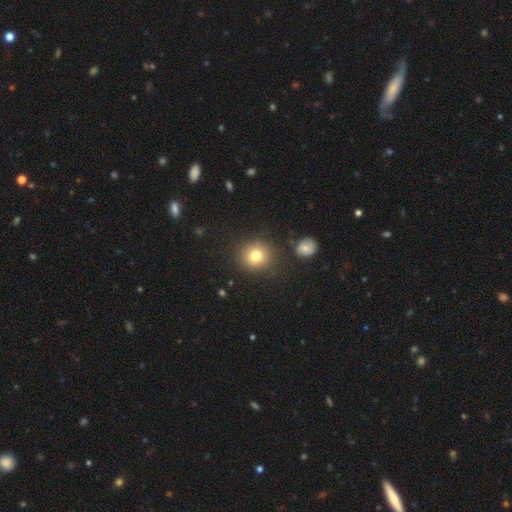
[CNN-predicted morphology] smooth_or_featured: smooth (p=0.79) [alt: star or artifact p=0.12]
how_rounded: round (p=0.88) [alt: in between p=0.11]
merging: none (p=0.85) [alt: minor disturbance p=0.09]